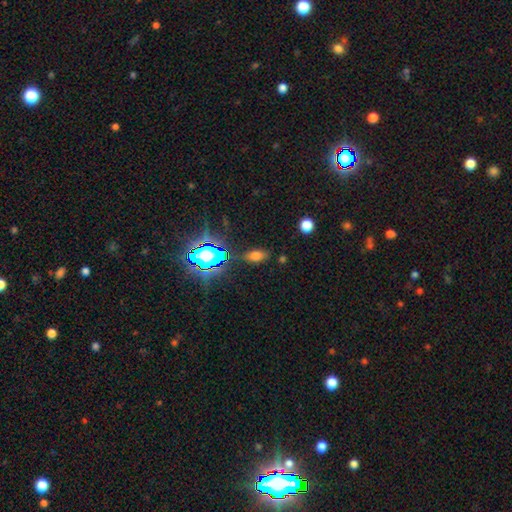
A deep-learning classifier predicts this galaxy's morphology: Overall: smooth (65%; star or artifact 25%). How rounded: in between (86%). Merging: none (78%).